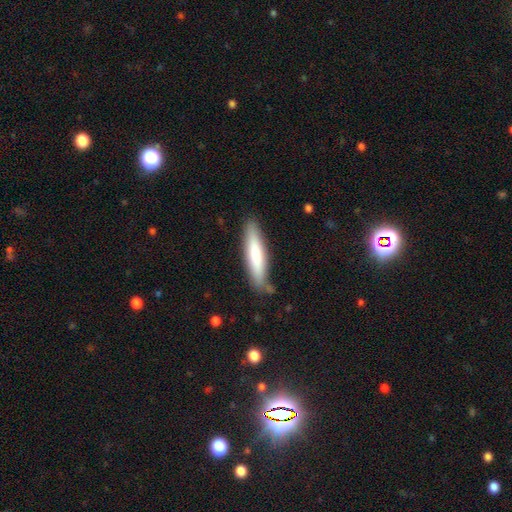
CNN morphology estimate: Q: Smooth or featured?
A: smooth (72%); runner-up: featured or disk (23%)
Q: How rounded?
A: cigar-shaped (83%); runner-up: in between (16%)
Q: Merging?
A: none (82%); runner-up: minor disturbance (13%)